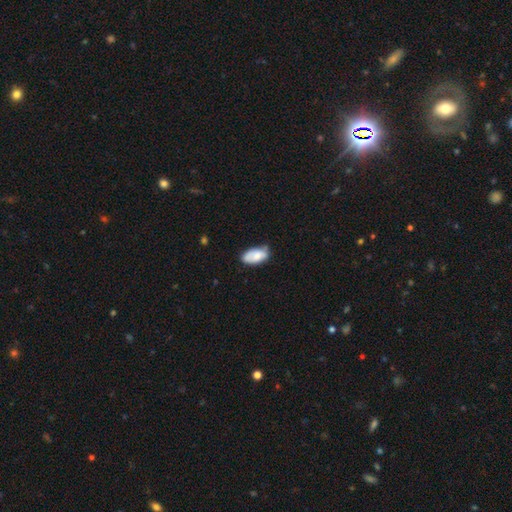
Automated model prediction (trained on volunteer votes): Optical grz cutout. It shows a smooth galaxy with no disk features (77%) that is in between round and cigar-shaped (94%). Merging: none (63%).